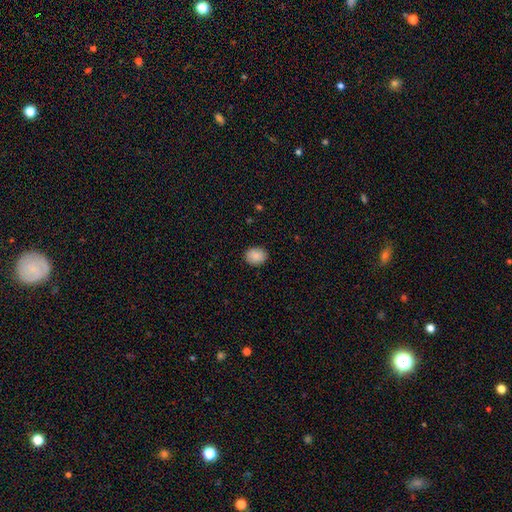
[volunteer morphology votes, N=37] Smooth or featured? 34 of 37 (92%) said smooth. How rounded? 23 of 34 (68%) said round. Merging? 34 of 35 (97%) said none.